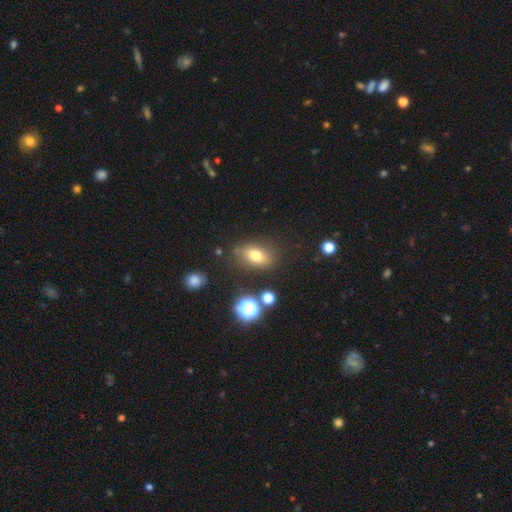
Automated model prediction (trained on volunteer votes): Overall: smooth (72%). How rounded: in between (76%). Merging: none (78%).